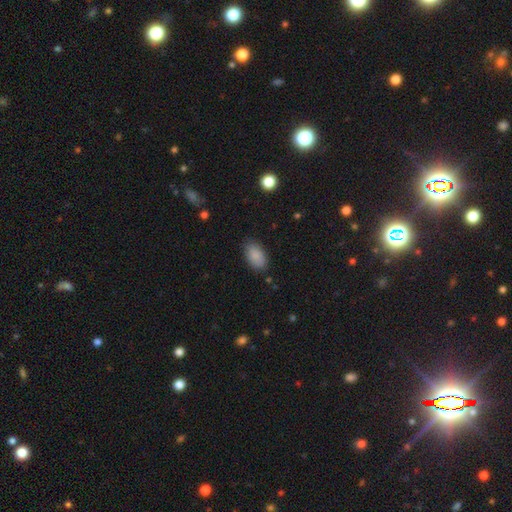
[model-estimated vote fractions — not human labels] Overall: smooth (87%). How rounded: in between (92%). Merging: none (83%).